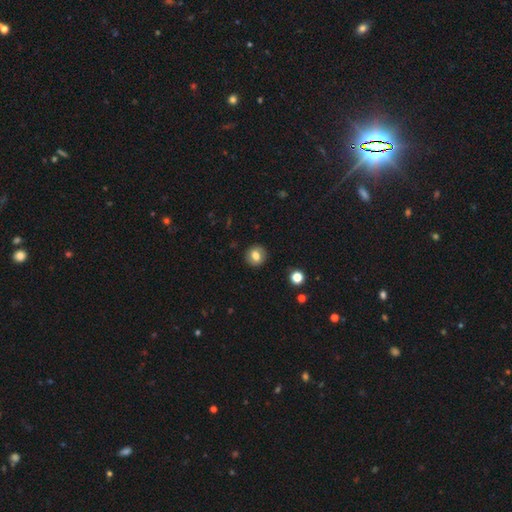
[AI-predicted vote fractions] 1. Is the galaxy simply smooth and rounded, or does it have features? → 74% smooth, 16% featured or disk, 10% star or artifact.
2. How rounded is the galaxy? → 85% round, 14% in between, 1% cigar-shaped.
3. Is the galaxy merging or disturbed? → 89% none, 7% minor disturbance, 2% major disturbance, 1% merger.